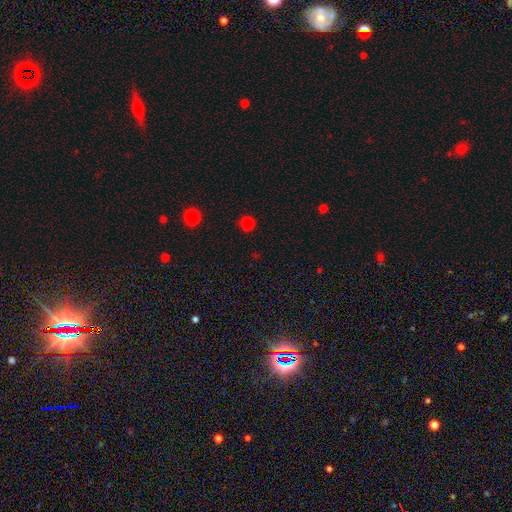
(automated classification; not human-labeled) smooth 53%, star or artifact 43%, featured or disk 5%. Down the decision tree: how rounded — round (89%); merging — none (89%).